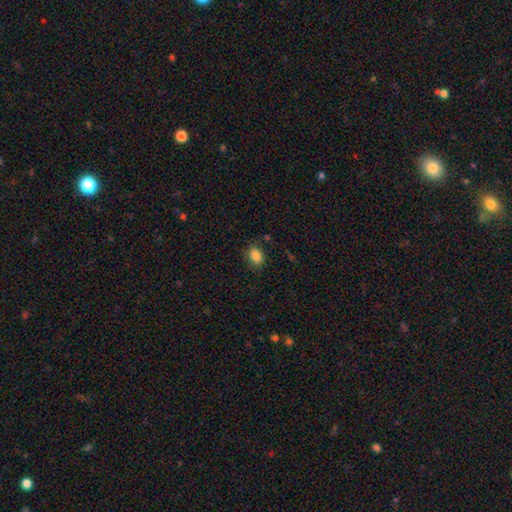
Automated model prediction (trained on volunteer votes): smooth 85%, star or artifact 9%, featured or disk 5%. Down the decision tree: how rounded — in between (78%); merging — none (79%).